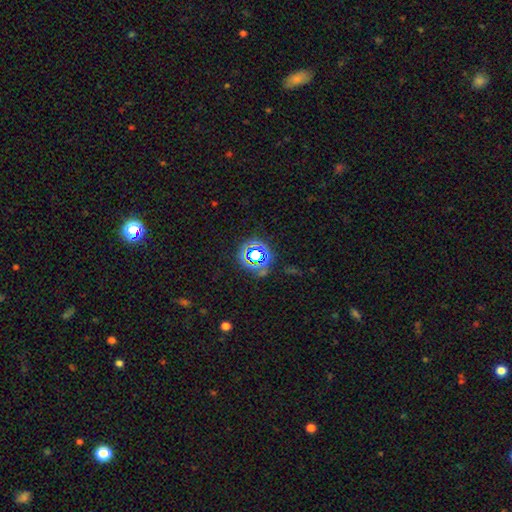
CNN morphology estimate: A star or artifact, not a galaxy (63%).

Vote fractions:
- Smooth or featured? star or artifact: 63% / smooth: 25% / featured or disk: 12%